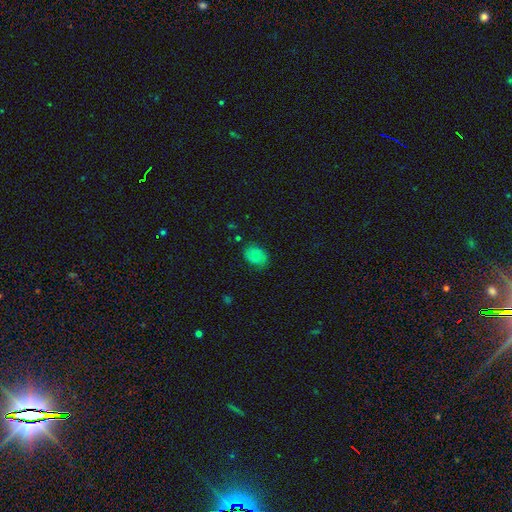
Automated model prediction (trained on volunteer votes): This is likely a smooth galaxy (78%). How rounded: likely in between (75%). Merging: likely none (71%).